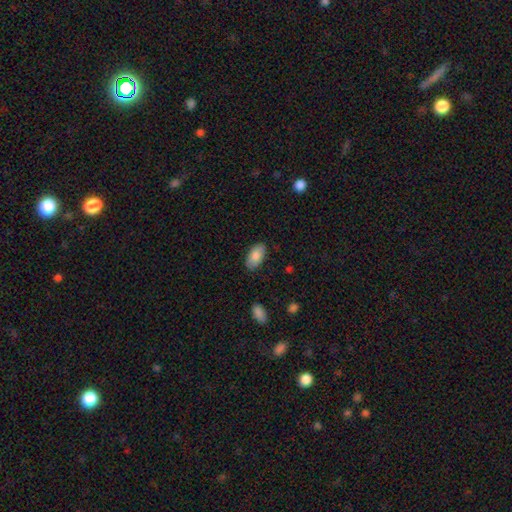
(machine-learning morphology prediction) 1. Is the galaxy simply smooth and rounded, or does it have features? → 85% smooth, 8% featured or disk, 7% star or artifact.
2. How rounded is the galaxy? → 95% in between, 3% round, 2% cigar-shaped.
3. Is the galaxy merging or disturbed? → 85% none, 12% minor disturbance, 3% major disturbance, 1% merger.